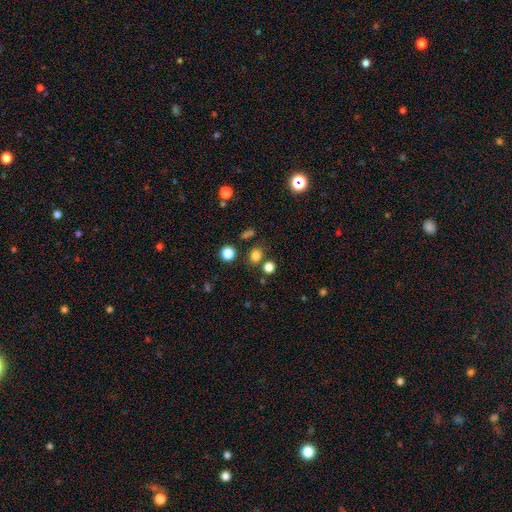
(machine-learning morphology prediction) Smooth or featured: smooth — 78% (star or artifact — 17%)
How rounded: round — 75% (in between — 24%)
Merging: none — 76% (merger — 11%)